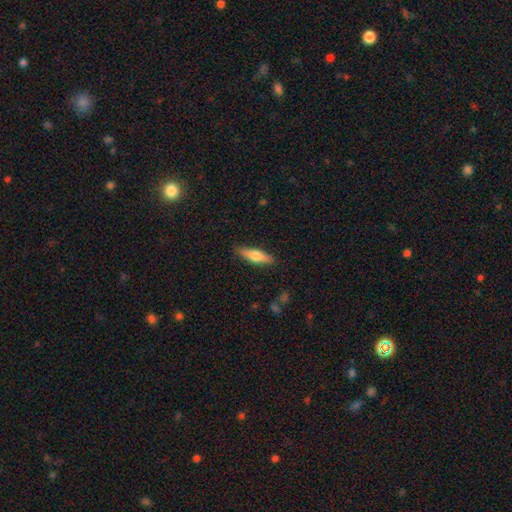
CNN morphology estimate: This is likely a smooth galaxy (63%). How rounded: likely cigar-shaped (61%). Merging: clearly none (87%).